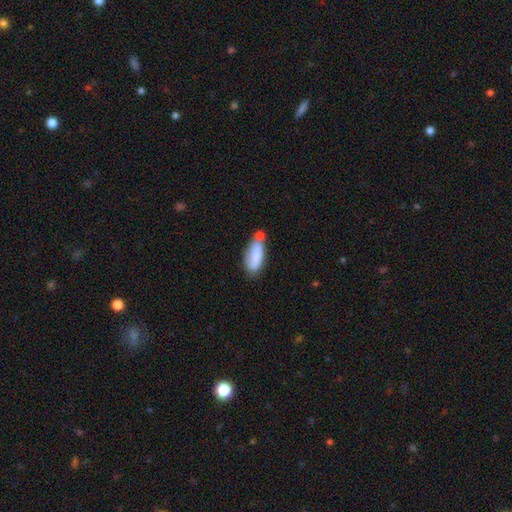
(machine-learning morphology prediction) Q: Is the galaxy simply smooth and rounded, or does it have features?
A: smooth — 72%.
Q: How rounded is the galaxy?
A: in between — 78%.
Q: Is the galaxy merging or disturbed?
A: none — 43%.